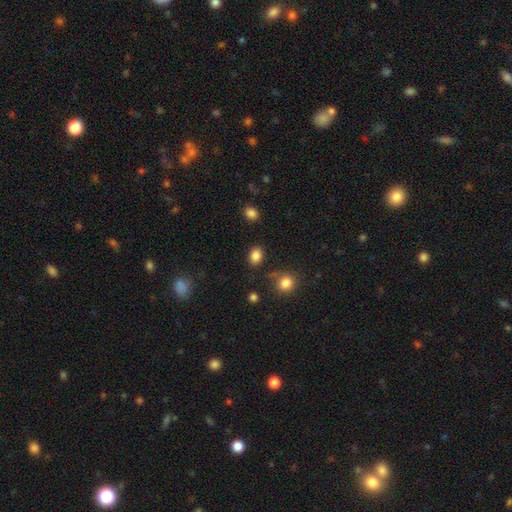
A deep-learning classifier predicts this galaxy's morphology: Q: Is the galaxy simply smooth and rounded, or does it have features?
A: smooth — 85%.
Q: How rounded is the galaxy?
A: in between — 62%.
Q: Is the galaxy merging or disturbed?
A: none — 81%.